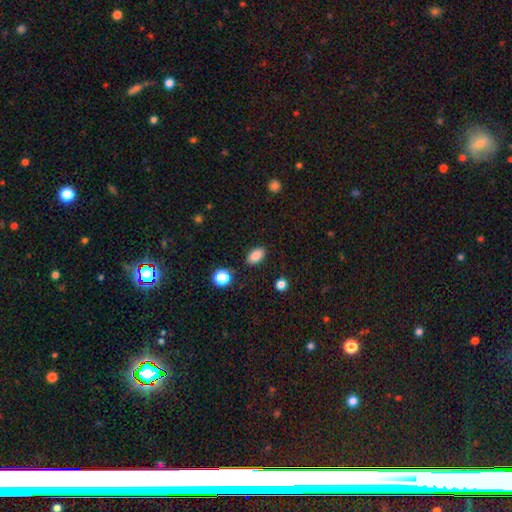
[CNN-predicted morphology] Smooth or featured? smooth (85%)
How rounded? in between (89%)
Merging? none (86%)